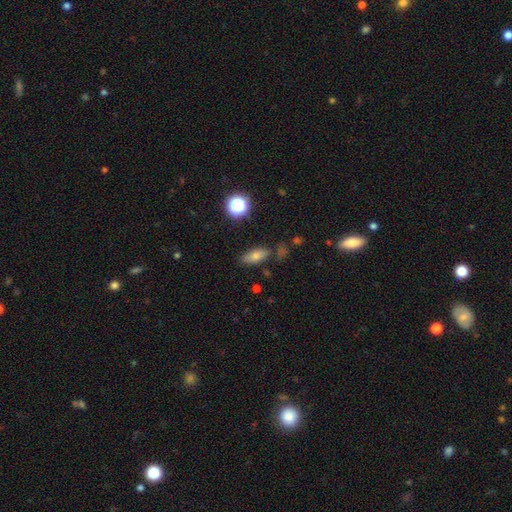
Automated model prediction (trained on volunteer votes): smooth-or-featured: smooth: 69% | featured or disk: 16% | star or artifact: 15%
  how-rounded: in between: 73% | cigar-shaped: 20% | round: 7%
  merging: none: 77% | minor disturbance: 14% | merger: 5% | major disturbance: 4%